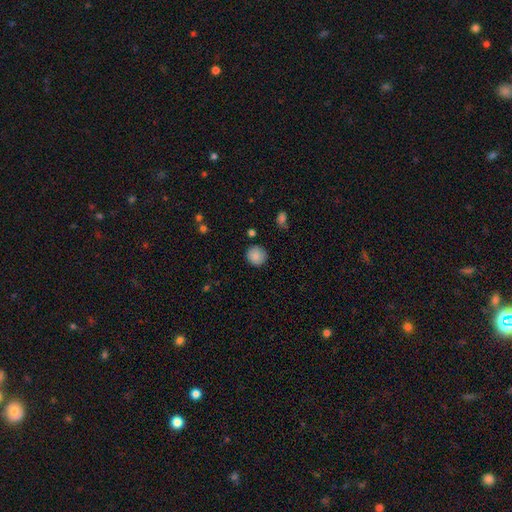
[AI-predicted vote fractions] Smooth or featured?
  - smooth: 87% *
  - star or artifact: 8%
  - featured or disk: 5%
How rounded?
  - round: 92% *
  - in between: 7%
  - cigar-shaped: 1%
Merging?
  - none: 85% *
  - minor disturbance: 10%
  - major disturbance: 2%
  - merger: 2%